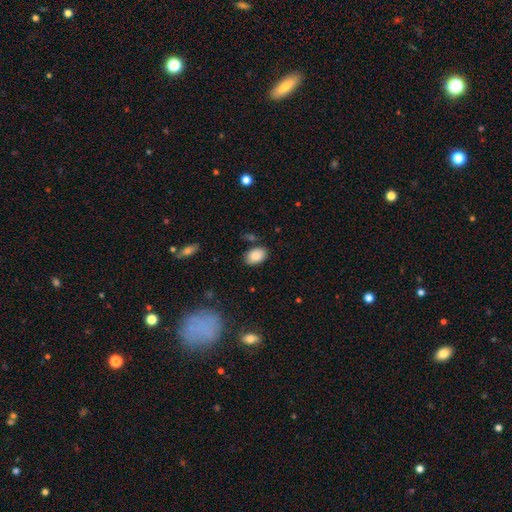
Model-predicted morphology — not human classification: Smooth or featured?
  - smooth: 88% *
  - star or artifact: 7%
  - featured or disk: 5%
How rounded?
  - in between: 88% *
  - round: 11%
  - cigar-shaped: 1%
Merging?
  - none: 81% *
  - minor disturbance: 12%
  - merger: 4%
  - major disturbance: 3%